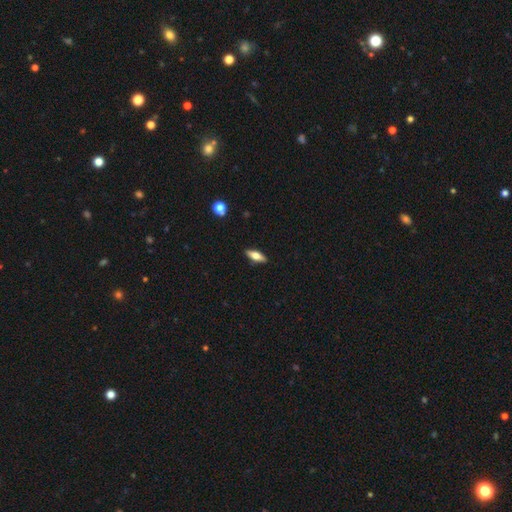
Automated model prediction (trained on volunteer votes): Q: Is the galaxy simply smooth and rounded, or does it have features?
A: smooth — 60%.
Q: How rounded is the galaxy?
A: in between — 65%.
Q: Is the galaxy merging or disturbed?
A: none — 89%.